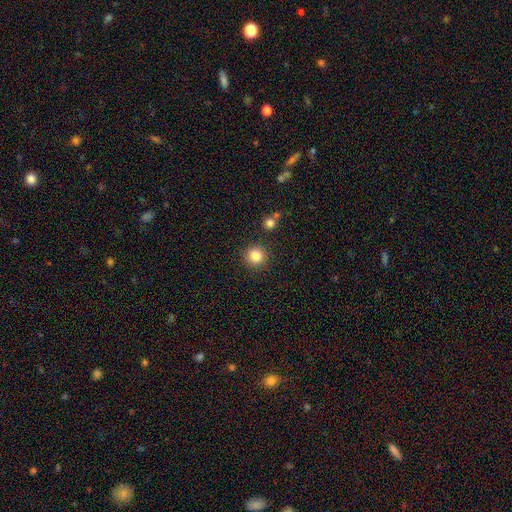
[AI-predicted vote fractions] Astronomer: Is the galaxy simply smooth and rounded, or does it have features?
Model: smooth — 84%.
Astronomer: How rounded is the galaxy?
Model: round — 95%.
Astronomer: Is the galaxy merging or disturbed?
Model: none — 89%.